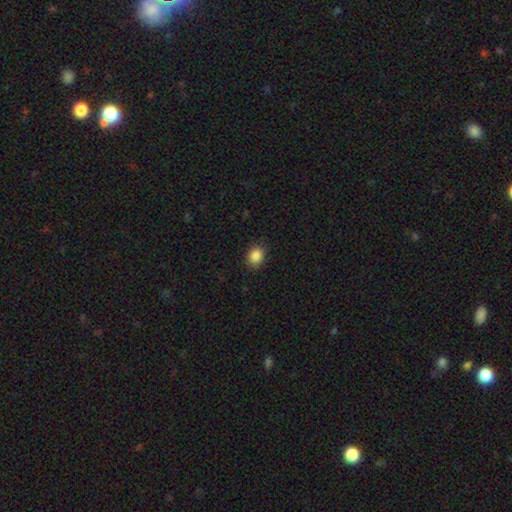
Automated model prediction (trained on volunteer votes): smooth 87%, star or artifact 9%, featured or disk 3%. Down the decision tree: how rounded — round (50%); merging — none (88%).